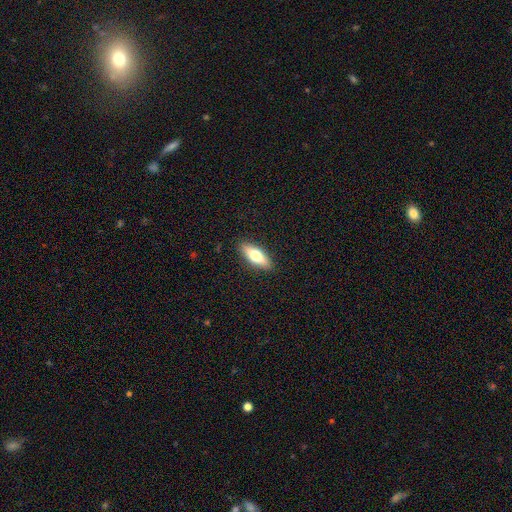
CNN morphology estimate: Overall: smooth (66%; featured or disk 28%). How rounded: in between (64%; cigar-shaped 33%). Merging: none (89%).